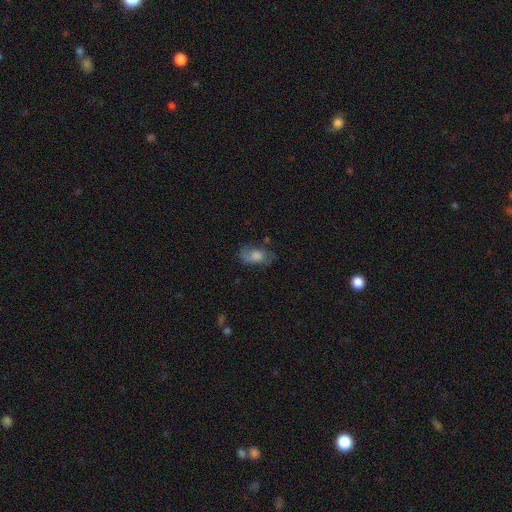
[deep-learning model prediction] smooth 51%, featured or disk 38%, star or artifact 11%. Down the decision tree: how rounded — in between (83%); merging — none (61%).